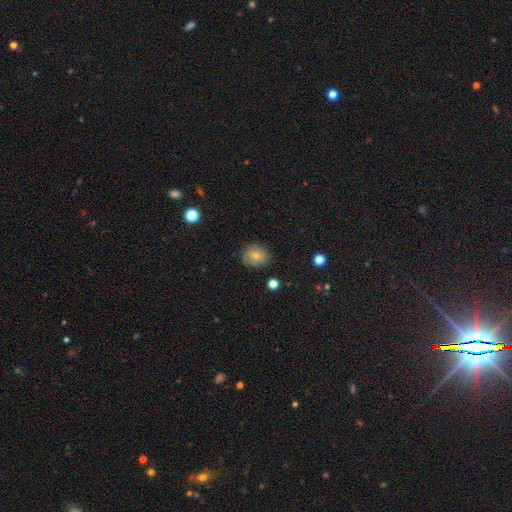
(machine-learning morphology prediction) This is likely a smooth galaxy (66%). How rounded: likely round (69%). Merging: likely none (77%).